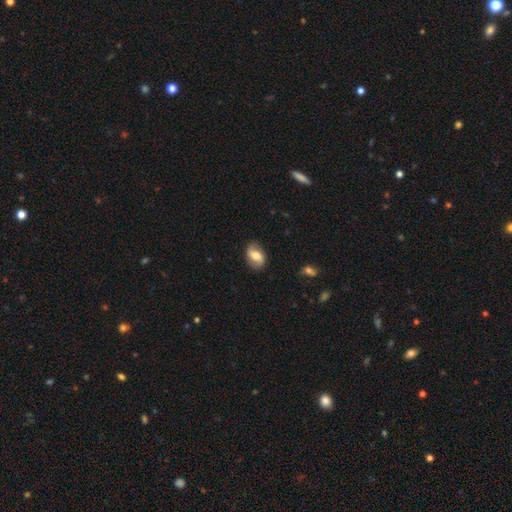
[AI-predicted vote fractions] Smooth or featured? Predicted: smooth (p=0.50). Merging? Predicted: none (p=0.81).